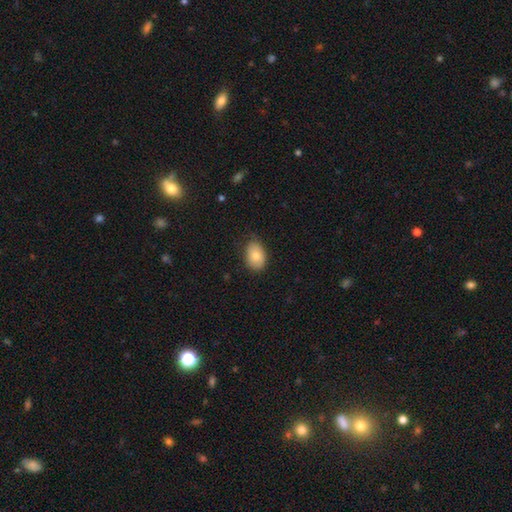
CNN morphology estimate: Overall: smooth (82%). How rounded: in between (84%). Merging: none (76%).